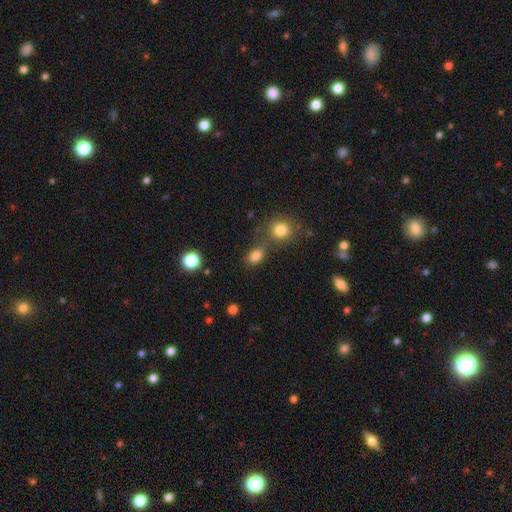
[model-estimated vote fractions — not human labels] The model was most divided on "merging": none: 61%, merger: 20%, minor disturbance: 14%, major disturbance: 5%. More confident: smooth or featured — smooth (82%); how rounded — in between (76%).